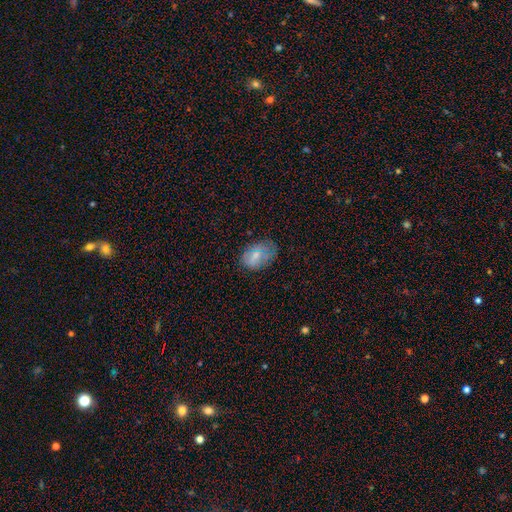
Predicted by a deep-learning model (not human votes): A smooth galaxy with no disk features (67%) that is in between round and cigar-shaped (82%). Merging: none (61%).